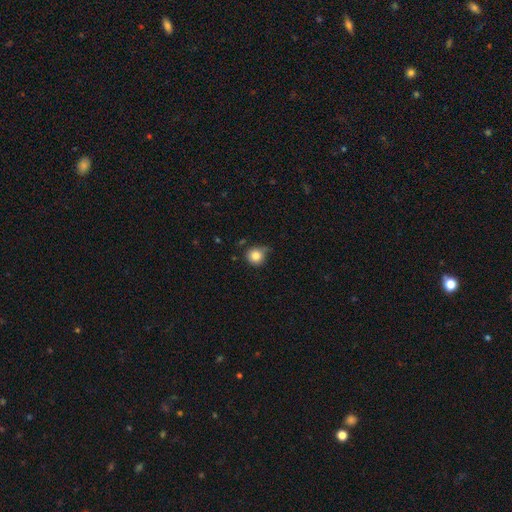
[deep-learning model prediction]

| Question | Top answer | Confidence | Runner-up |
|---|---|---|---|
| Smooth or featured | smooth | 84% | star or artifact (10%) |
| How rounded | round | 92% | in between (8%) |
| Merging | none | 67% | minor disturbance (24%) |